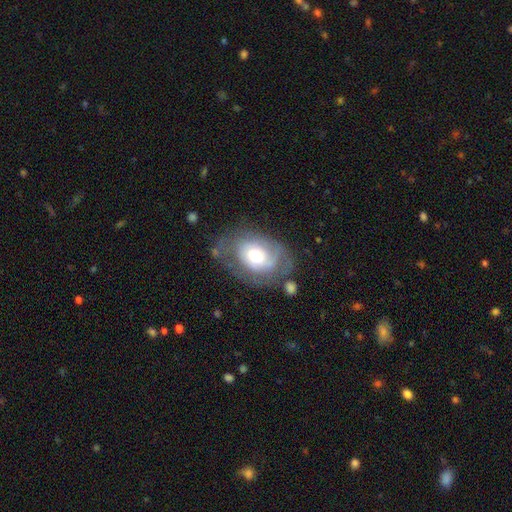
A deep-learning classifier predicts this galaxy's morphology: A featured or disk galaxy (53%) with no bar (70%), spiral arms (63%) and a moderate central bulge (59%). Merging: none (50%).